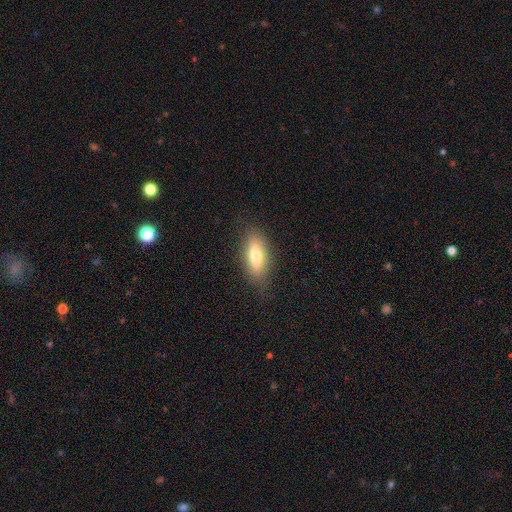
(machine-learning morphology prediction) Smooth or featured? smooth (62%)
How rounded? in between (62%)
Merging? none (82%)